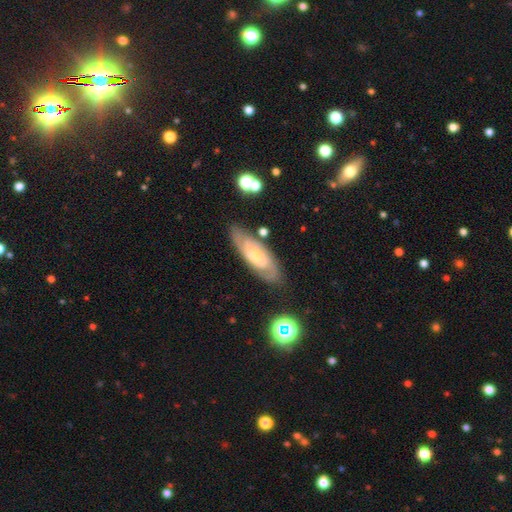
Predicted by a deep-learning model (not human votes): smooth_or_featured: featured or disk (p=0.74) [alt: smooth p=0.19]
disk_edge_on: no (p=0.88) [alt: yes p=0.12]
bar: no (p=0.59) [alt: weak p=0.33]
has_spiral_arms: yes (p=0.92) [alt: no p=0.08]
spiral_winding: tight (p=0.56) [alt: medium p=0.36]
spiral_arm_count: 2 (p=0.58) [alt: can't tell p=0.26]
bulge_size: small (p=0.56) [alt: moderate p=0.35]
merging: none (p=0.77) [alt: minor disturbance p=0.15]